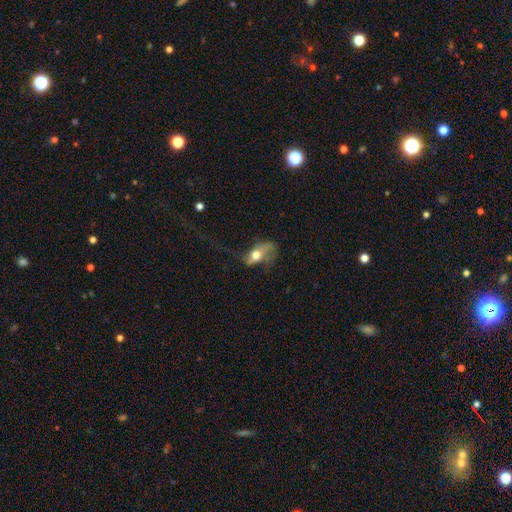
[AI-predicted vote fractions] Smooth or featured? Predicted: smooth (p=0.57). How rounded? Predicted: in between (p=0.82). Merging? Predicted: major disturbance (p=0.40).